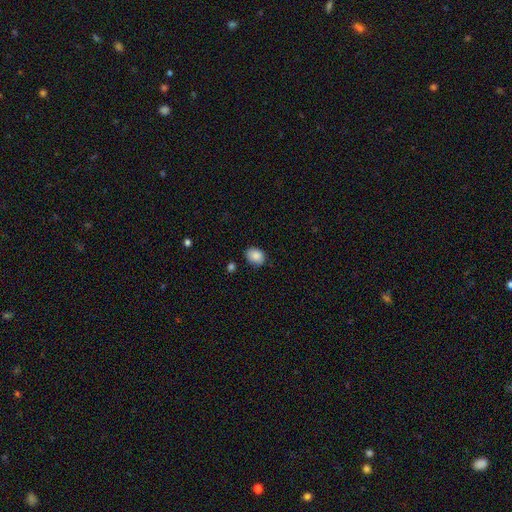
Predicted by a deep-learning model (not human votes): A smooth galaxy with no disk features (87%) that is in between round and cigar-shaped (58%). Merging: none (78%).